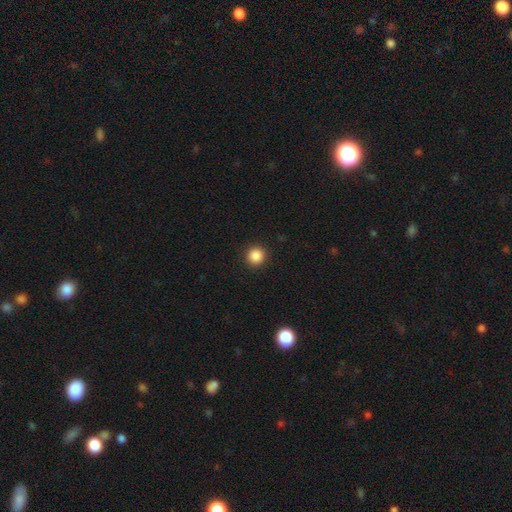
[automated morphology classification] The model was most divided on "smooth or featured": smooth: 87%, star or artifact: 10%, featured or disk: 3%. More confident: how rounded — round (94%); merging — none (92%).